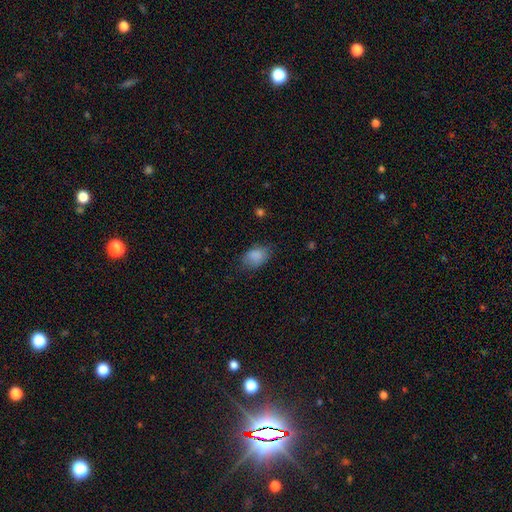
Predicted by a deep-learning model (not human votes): Smooth or featured? smooth (87%)
How rounded? in between (87%)
Merging? none (72%)